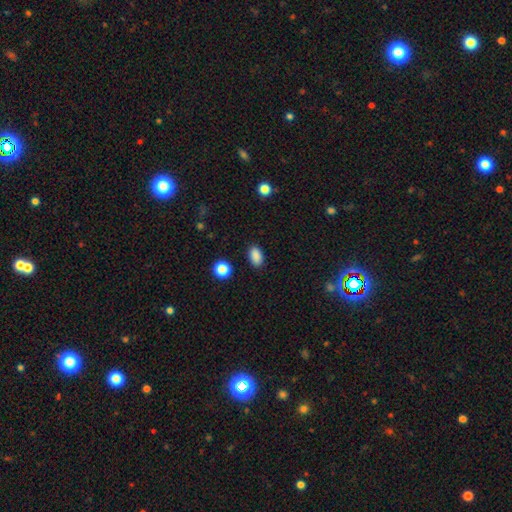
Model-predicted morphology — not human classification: Smooth or featured?
  - smooth: 88% *
  - star or artifact: 9%
  - featured or disk: 3%
How rounded?
  - in between: 88% *
  - round: 10%
  - cigar-shaped: 2%
Merging?
  - none: 88% *
  - minor disturbance: 8%
  - major disturbance: 2%
  - merger: 1%